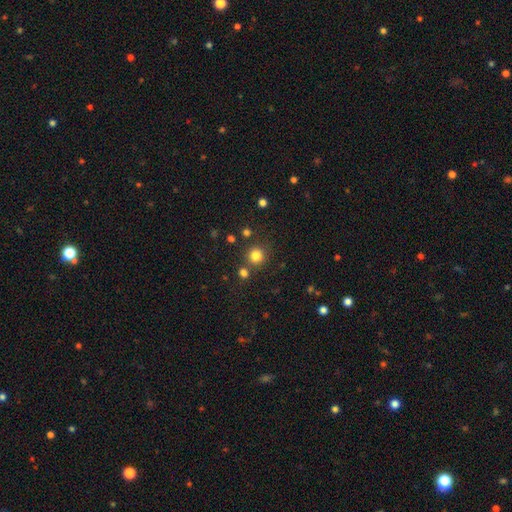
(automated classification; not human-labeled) Smooth or featured? smooth (80%)
How rounded? round (93%)
Merging? none (80%)